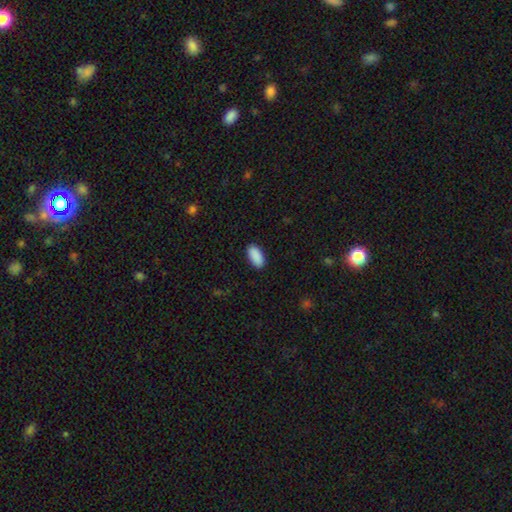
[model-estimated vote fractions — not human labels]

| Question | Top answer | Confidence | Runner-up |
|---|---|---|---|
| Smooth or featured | smooth | 91% | star or artifact (6%) |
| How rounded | in between | 92% | cigar-shaped (6%) |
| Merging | none | 90% | minor disturbance (7%) |